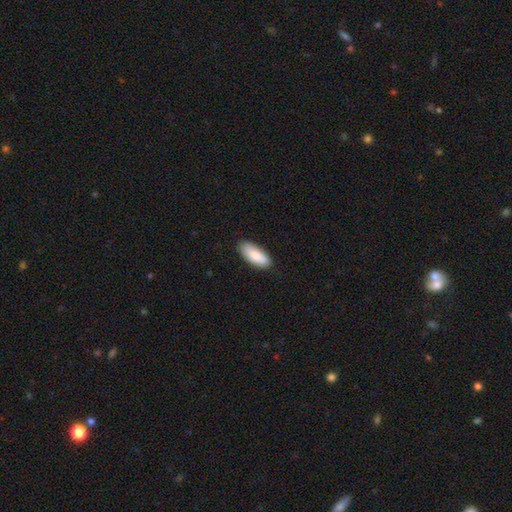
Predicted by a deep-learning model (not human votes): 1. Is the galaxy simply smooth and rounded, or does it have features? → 87% smooth, 8% featured or disk, 6% star or artifact.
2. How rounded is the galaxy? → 80% in between, 18% cigar-shaped, 2% round.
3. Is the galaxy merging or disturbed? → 87% none, 10% minor disturbance, 2% major disturbance, 1% merger.